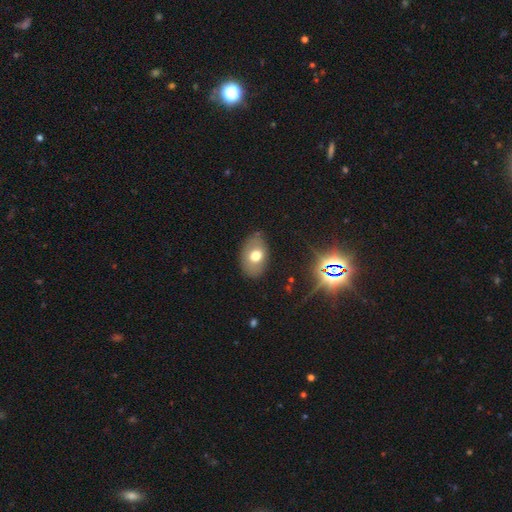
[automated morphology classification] type=smooth (67%); roundness=in between (84%); merging=none (80%).